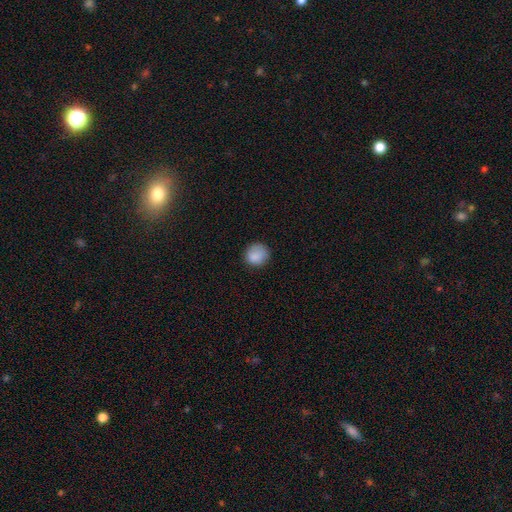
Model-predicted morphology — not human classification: type=smooth (86%); roundness=round (89%); merging=none (82%).